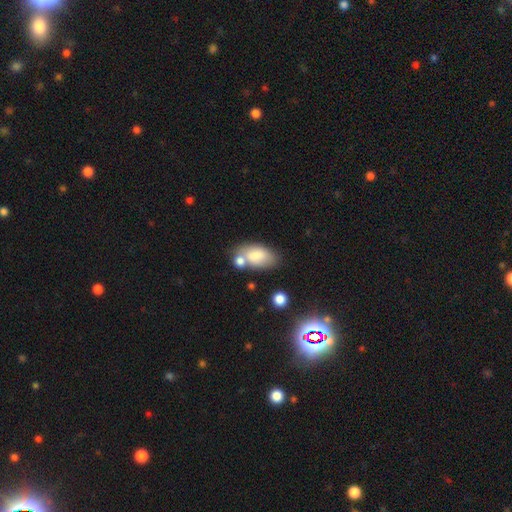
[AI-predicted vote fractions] This is likely a smooth galaxy (78%). How rounded: clearly in between (92%). Merging: possibly none (45%).